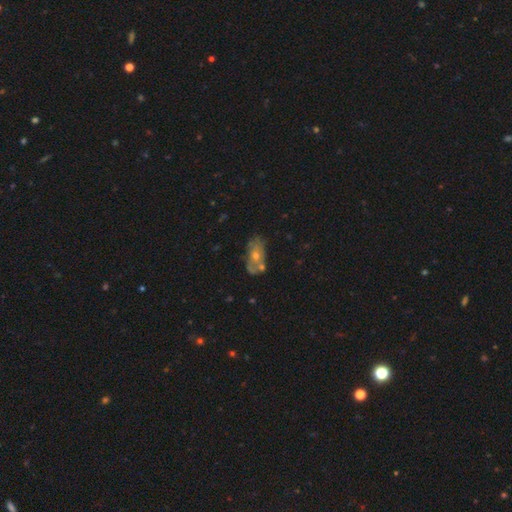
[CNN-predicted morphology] This is possibly a featured or disk galaxy (49%). Merging: possibly none (54%).